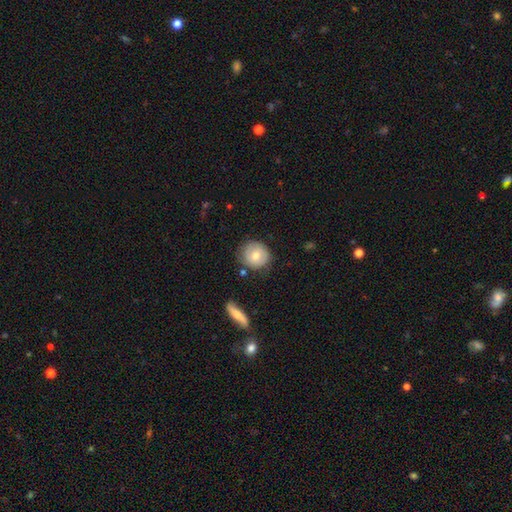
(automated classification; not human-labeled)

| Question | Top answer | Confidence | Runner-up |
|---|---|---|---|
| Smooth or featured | smooth | 59% | featured or disk (34%) |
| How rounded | round | 87% | in between (11%) |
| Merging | none | 75% | minor disturbance (18%) |